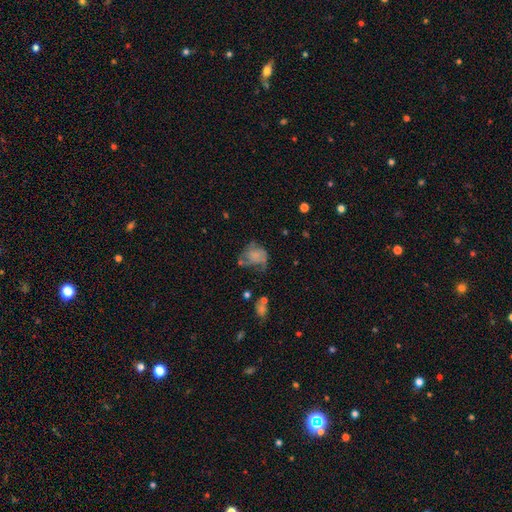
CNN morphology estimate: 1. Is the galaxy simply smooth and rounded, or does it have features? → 47% smooth, 42% featured or disk, 11% star or artifact.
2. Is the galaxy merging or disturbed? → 36% major disturbance, 32% none, 25% minor disturbance, 7% merger.